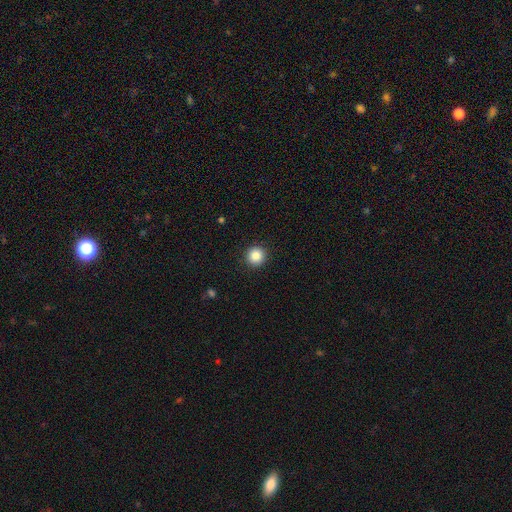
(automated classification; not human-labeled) This appears to be a smooth galaxy with no disk features (85%) that is round (95%). Merging: none (93%).